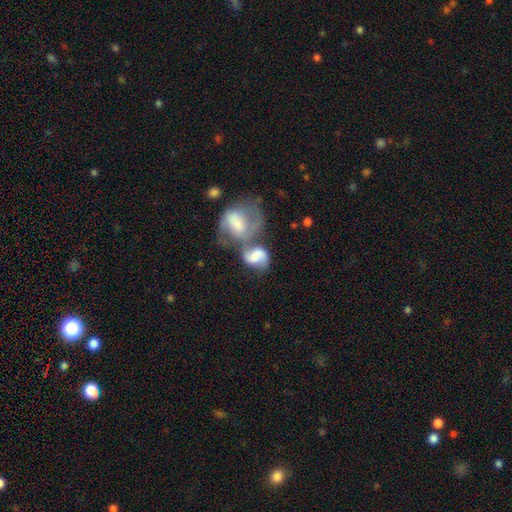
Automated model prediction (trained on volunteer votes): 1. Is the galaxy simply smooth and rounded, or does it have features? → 54% featured or disk, 39% smooth, 8% star or artifact.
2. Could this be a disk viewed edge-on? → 97% no, 3% yes.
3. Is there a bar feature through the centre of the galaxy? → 42% weak, 38% no, 21% strong.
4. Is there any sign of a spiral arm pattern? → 82% yes, 18% no.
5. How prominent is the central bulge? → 32% moderate, 22% small, 21% large, 20% none, 5% dominant.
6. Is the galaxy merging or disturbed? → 64% merger, 17% none, 10% major disturbance, 9% minor disturbance.